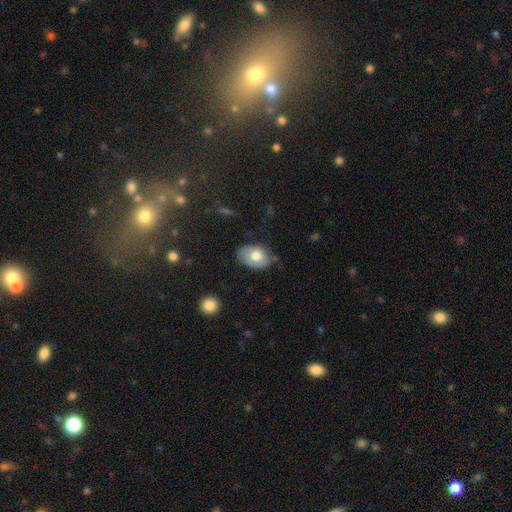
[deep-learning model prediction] smooth-or-featured: smooth: 73% | featured or disk: 19% | star or artifact: 8%
  how-rounded: in between: 84% | round: 15% | cigar-shaped: 1%
  merging: none: 65% | minor disturbance: 27% | major disturbance: 5% | merger: 3%